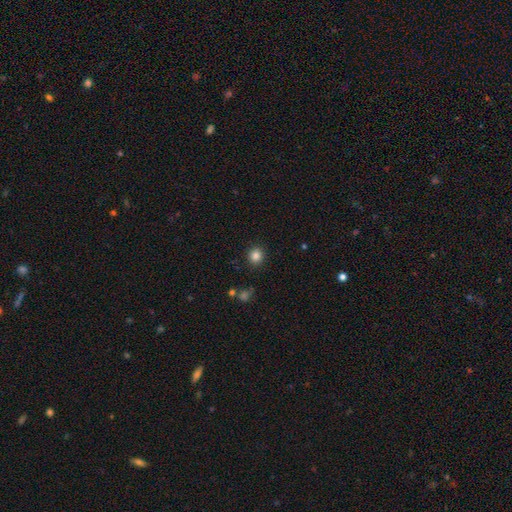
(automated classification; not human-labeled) The model was most divided on "smooth or featured": smooth: 83%, star or artifact: 11%, featured or disk: 5%. More confident: merging — none (90%); how rounded — round (90%).